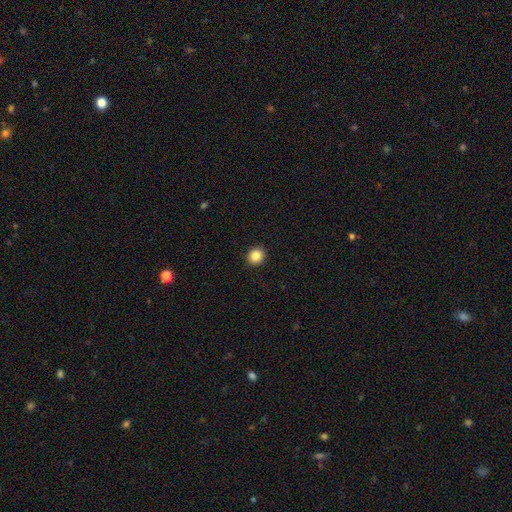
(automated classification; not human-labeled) A smooth galaxy with no disk features (86%) that is round (86%).

Vote fractions:
- Smooth or featured? smooth: 86% / star or artifact: 10% / featured or disk: 4%
- How rounded? round: 86% / in between: 13% / cigar-shaped: 1%
- Merging? none: 93% / minor disturbance: 5% / major disturbance: 2% / merger: 1%